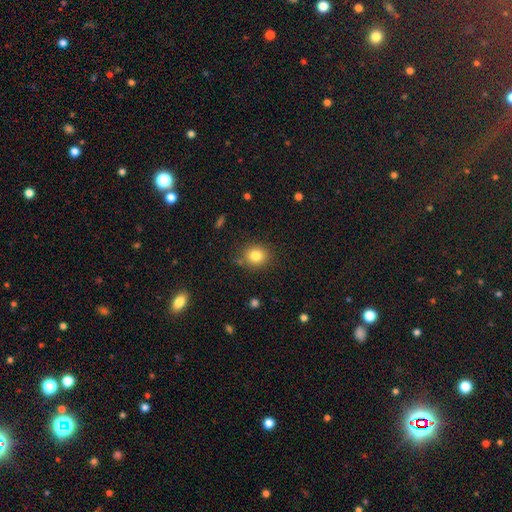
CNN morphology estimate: This appears to be a smooth galaxy with no disk features (81%) that is round (76%). Merging: none (82%).